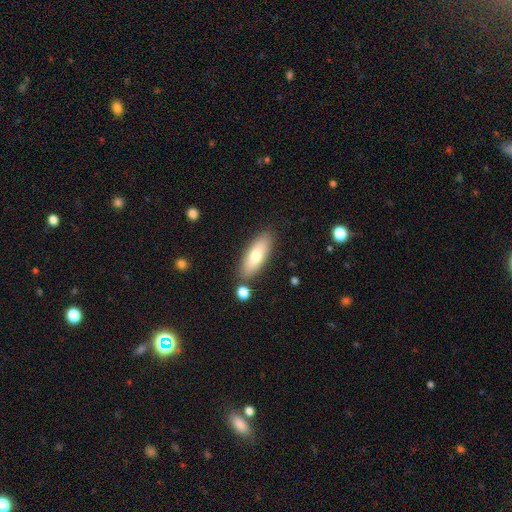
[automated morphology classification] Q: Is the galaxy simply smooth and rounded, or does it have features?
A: smooth — 73%.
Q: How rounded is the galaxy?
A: in between — 64%.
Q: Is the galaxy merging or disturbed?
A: none — 83%.